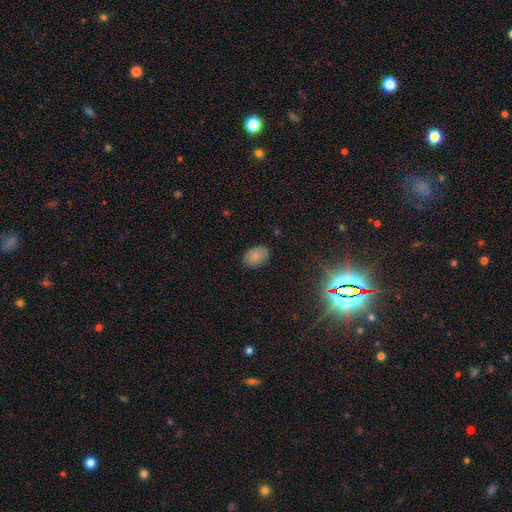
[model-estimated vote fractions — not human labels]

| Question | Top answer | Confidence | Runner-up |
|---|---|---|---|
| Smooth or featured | smooth | 83% | star or artifact (10%) |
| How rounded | in between | 82% | round (17%) |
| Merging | none | 85% | minor disturbance (12%) |